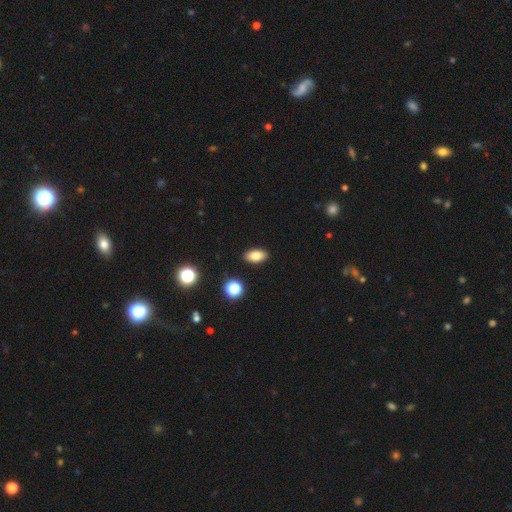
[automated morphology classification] Overall: smooth (82%). How rounded: in between (90%). Merging: none (90%).